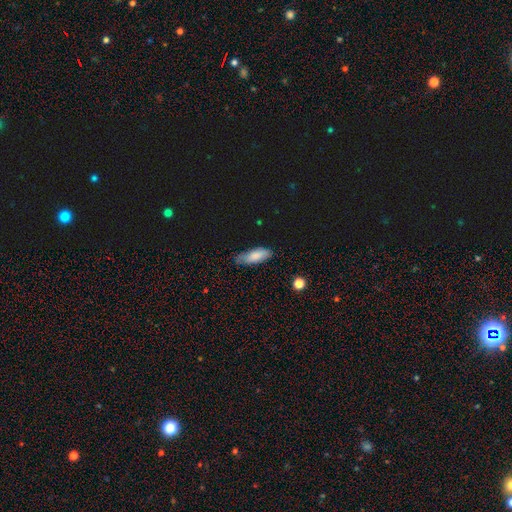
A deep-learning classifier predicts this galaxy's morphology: smooth-or-featured: smooth: 79% | featured or disk: 14% | star or artifact: 7%
  how-rounded: in between: 70% | cigar-shaped: 28% | round: 2%
  merging: none: 72% | minor disturbance: 23% | major disturbance: 4% | merger: 2%